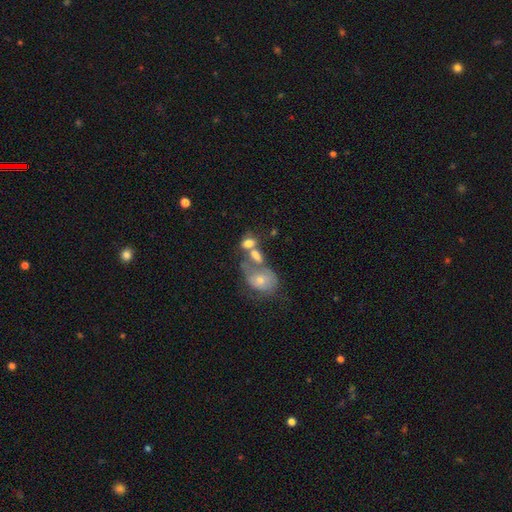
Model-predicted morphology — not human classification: featured or disk 45%, smooth 39%, star or artifact 16%. Down the decision tree: merging — merger (49%).